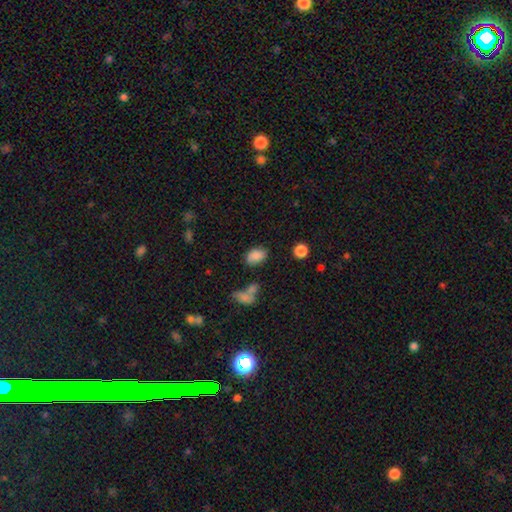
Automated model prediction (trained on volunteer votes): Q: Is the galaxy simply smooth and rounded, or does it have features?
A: smooth — 84%.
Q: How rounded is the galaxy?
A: in between — 87%.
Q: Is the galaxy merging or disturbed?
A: none — 71%.